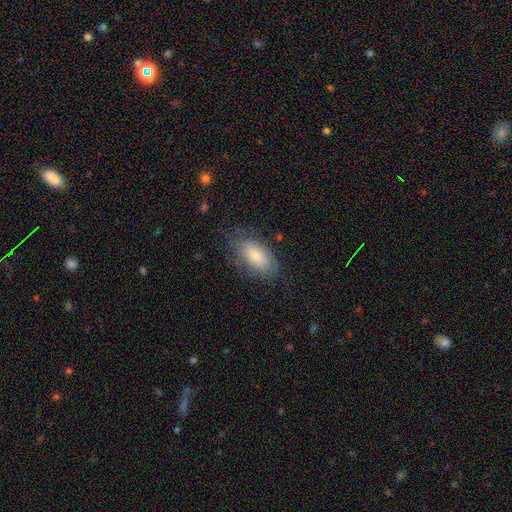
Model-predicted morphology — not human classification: Smooth or featured?
  - smooth: 74% *
  - featured or disk: 19%
  - star or artifact: 7%
How rounded?
  - in between: 92% *
  - round: 4%
  - cigar-shaped: 4%
Merging?
  - none: 70% *
  - minor disturbance: 20%
  - major disturbance: 8%
  - merger: 1%